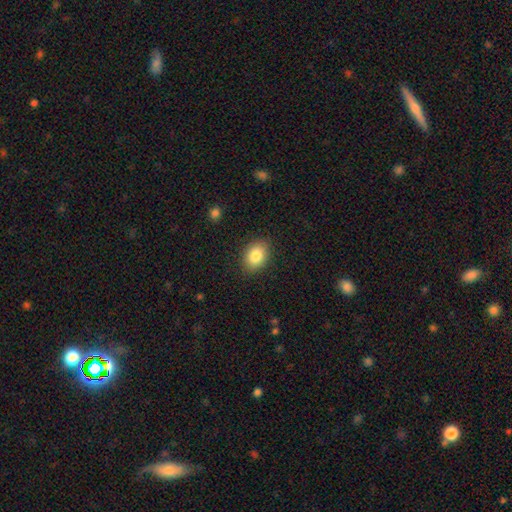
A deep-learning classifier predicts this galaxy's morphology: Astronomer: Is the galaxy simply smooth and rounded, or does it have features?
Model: smooth — 85%.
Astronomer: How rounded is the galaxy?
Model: in between — 75%.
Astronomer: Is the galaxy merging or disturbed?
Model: none — 87%.